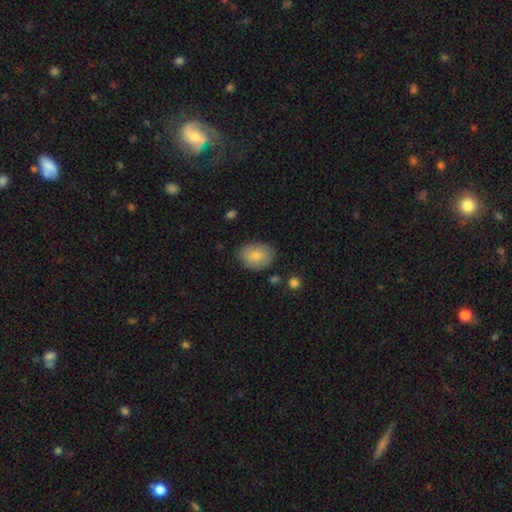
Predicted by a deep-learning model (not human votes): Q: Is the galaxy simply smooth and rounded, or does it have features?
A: smooth — 80%.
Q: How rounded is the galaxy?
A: in between — 69%.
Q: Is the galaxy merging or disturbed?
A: none — 80%.